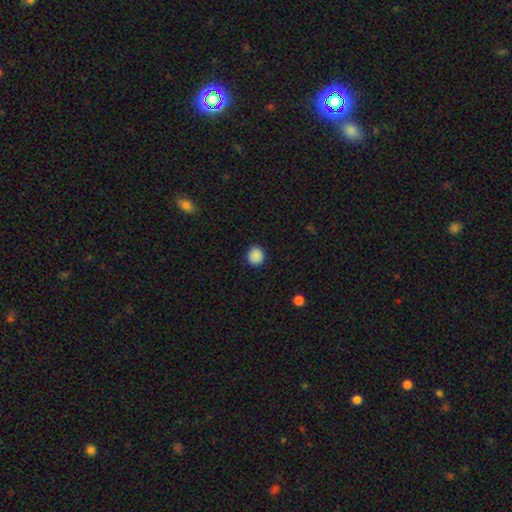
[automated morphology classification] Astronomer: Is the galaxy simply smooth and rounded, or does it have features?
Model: smooth — 89%.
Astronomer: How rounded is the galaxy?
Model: round — 89%.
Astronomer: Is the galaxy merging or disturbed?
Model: none — 91%.